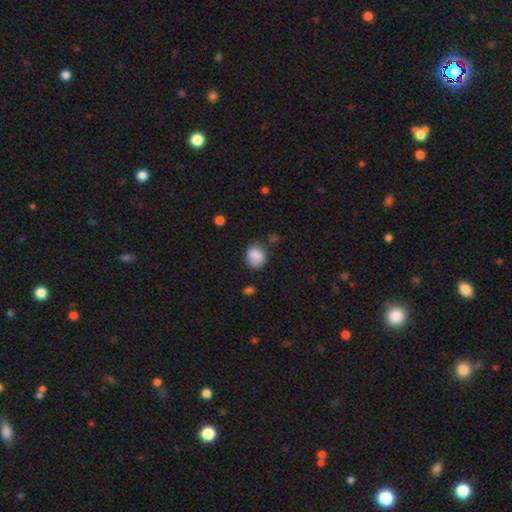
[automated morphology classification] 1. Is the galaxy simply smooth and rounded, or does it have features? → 83% smooth, 9% star or artifact, 8% featured or disk.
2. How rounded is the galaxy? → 68% round, 31% in between, 1% cigar-shaped.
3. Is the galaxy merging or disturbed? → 67% none, 22% minor disturbance, 6% major disturbance, 4% merger.